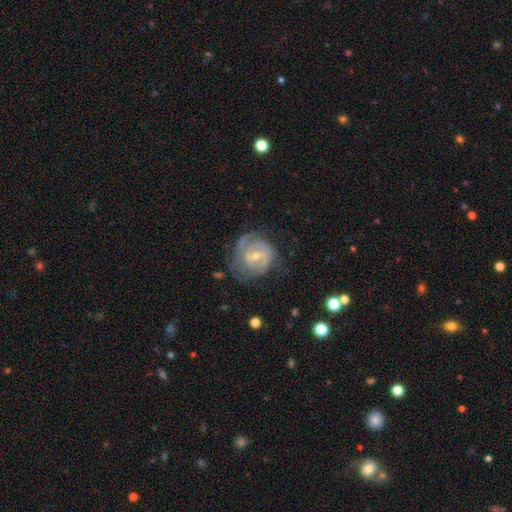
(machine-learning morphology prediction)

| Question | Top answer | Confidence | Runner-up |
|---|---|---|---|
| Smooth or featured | featured or disk | 75% | smooth (18%) |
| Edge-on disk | no | 97% | yes (3%) |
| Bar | weak | 50% | no (35%) |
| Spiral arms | yes | 81% | no (19%) |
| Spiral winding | tight | 59% | medium (30%) |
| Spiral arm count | can't tell | 41% | 2 (35%) |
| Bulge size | small | 50% | moderate (47%) |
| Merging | none | 55% | minor disturbance (25%) |